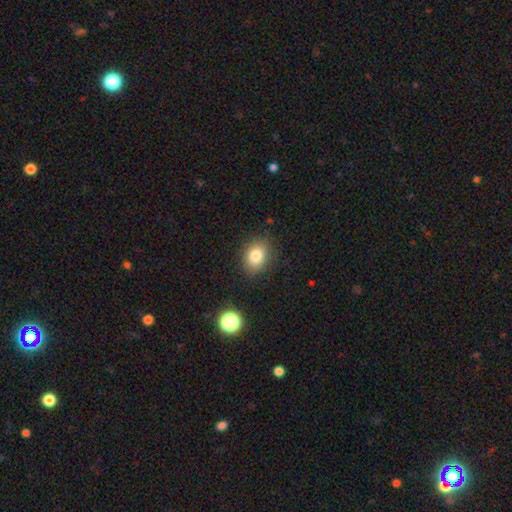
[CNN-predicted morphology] A smooth galaxy with no disk features (81%) that is in between round and cigar-shaped (62%). Merging: none (86%).